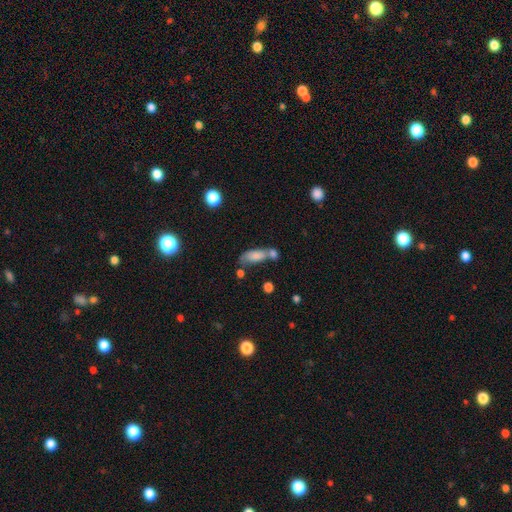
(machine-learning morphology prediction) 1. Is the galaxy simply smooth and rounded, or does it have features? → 78% smooth, 13% featured or disk, 9% star or artifact.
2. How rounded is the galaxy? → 77% in between, 20% cigar-shaped, 3% round.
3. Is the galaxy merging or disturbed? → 43% merger, 34% none, 16% minor disturbance, 8% major disturbance.